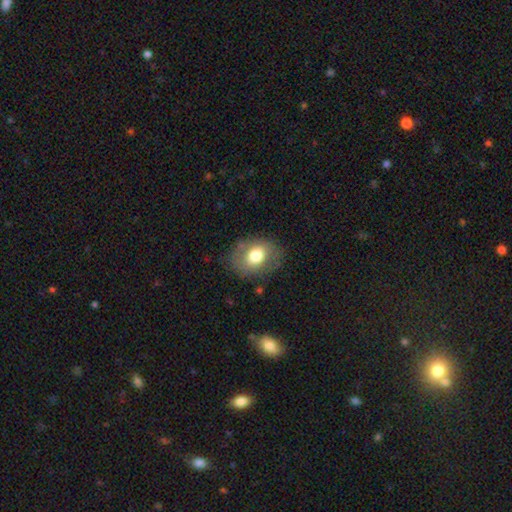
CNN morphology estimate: A smooth galaxy with no disk features (70%) that is in between round and cigar-shaped (61%). Merging: none (75%).